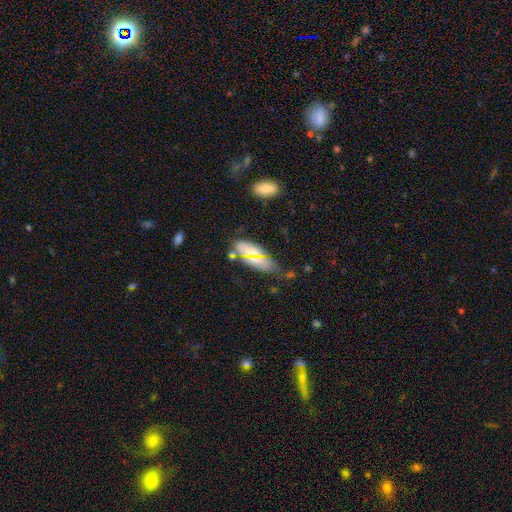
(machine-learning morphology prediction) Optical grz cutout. It shows a smooth galaxy with no disk features (61%) that is in between round and cigar-shaped (82%). Merging: none (66%).